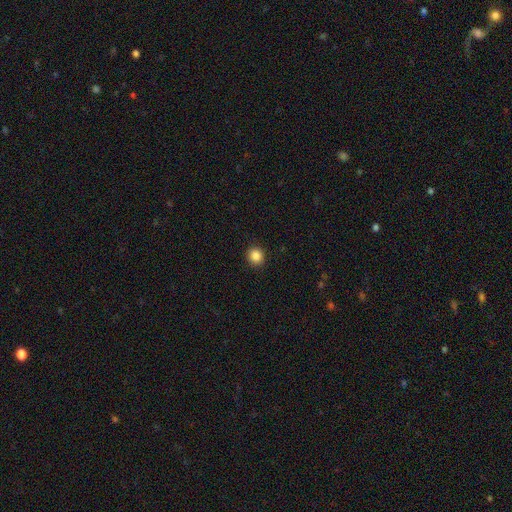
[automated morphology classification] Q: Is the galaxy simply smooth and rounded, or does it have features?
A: smooth — 86%.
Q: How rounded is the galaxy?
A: round — 91%.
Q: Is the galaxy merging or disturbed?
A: none — 92%.